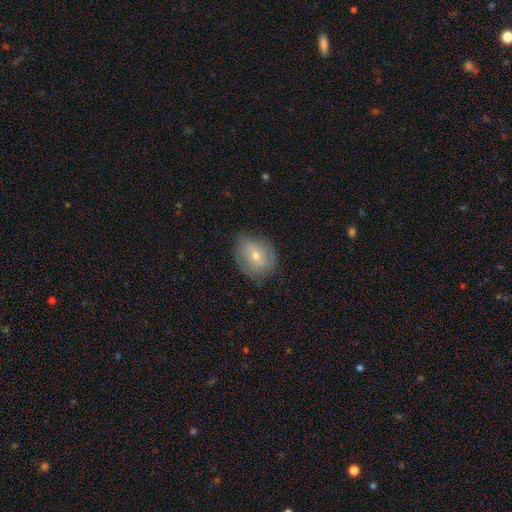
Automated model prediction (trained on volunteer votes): Smooth or featured? Predicted: featured or disk (p=0.49). Merging? Predicted: none (p=0.72).